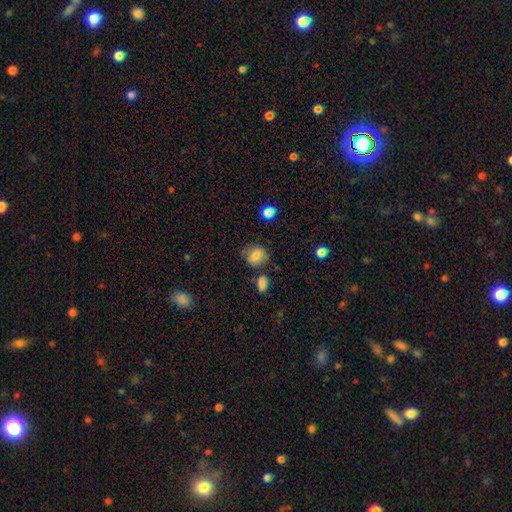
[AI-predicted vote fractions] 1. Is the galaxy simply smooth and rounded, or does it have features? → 79% smooth, 12% featured or disk, 9% star or artifact.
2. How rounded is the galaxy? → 69% round, 30% in between, 1% cigar-shaped.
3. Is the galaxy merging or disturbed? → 69% none, 19% minor disturbance, 6% major disturbance, 6% merger.